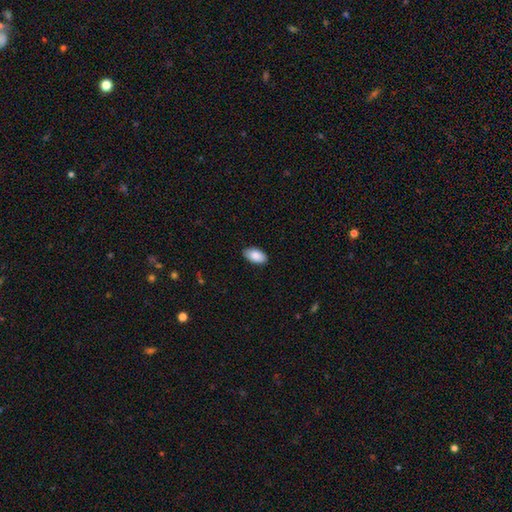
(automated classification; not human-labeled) Morphology: type=smooth (89%); roundness=in between (95%); merging=none (87%).